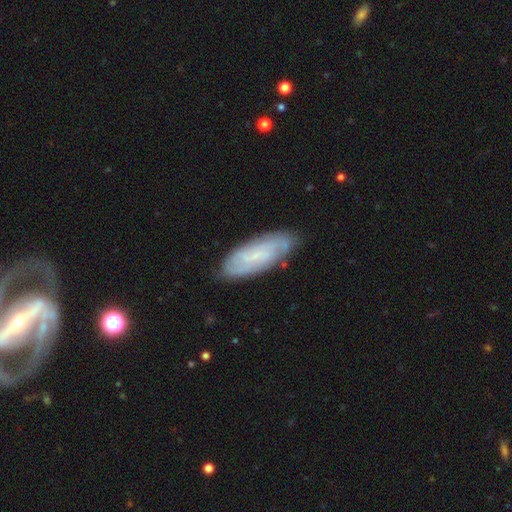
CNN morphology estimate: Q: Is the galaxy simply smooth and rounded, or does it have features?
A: featured or disk — 55%.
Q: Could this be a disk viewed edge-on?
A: no — 84%.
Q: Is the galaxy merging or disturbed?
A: none — 79%.